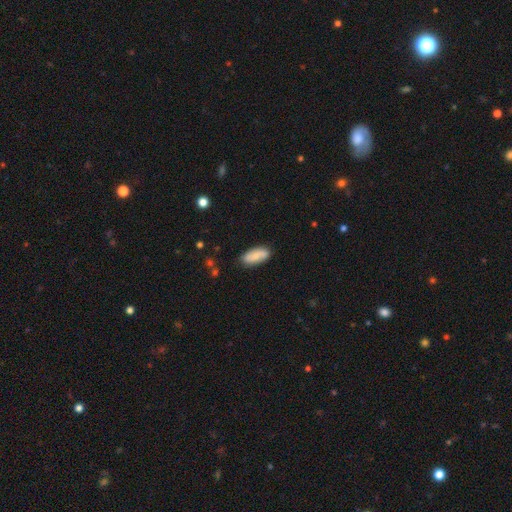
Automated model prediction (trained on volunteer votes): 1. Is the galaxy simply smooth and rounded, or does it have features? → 64% smooth, 29% featured or disk, 6% star or artifact.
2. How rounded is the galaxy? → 85% in between, 12% cigar-shaped, 3% round.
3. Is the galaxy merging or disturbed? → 82% none, 13% minor disturbance, 3% major disturbance, 2% merger.